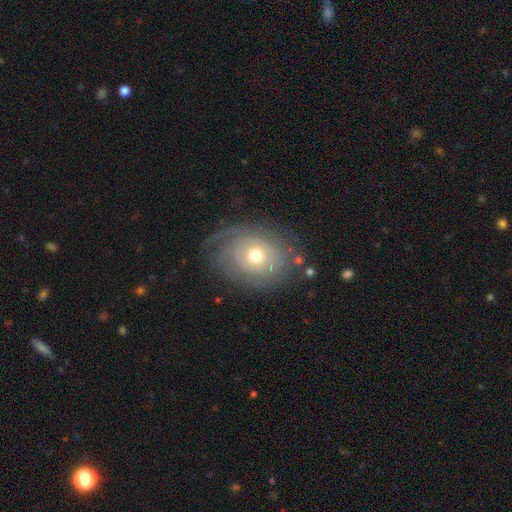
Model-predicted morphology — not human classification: Smooth or featured: featured or disk — 66% (smooth — 27%)
Edge-on disk: no — 95% (yes — 5%)
Bar: no — 85% (weak — 12%)
Spiral arms: yes — 76% (no — 24%)
Bulge size: moderate — 65% (small — 27%)
Merging: none — 72% (minor disturbance — 17%)